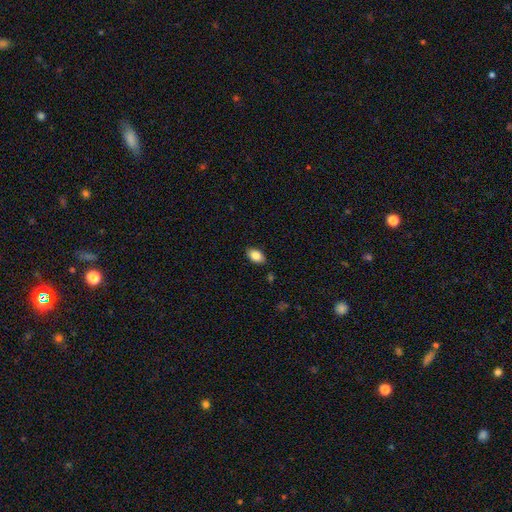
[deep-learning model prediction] smooth 85%, star or artifact 8%, featured or disk 7%. Down the decision tree: how rounded — in between (91%); merging — none (87%).